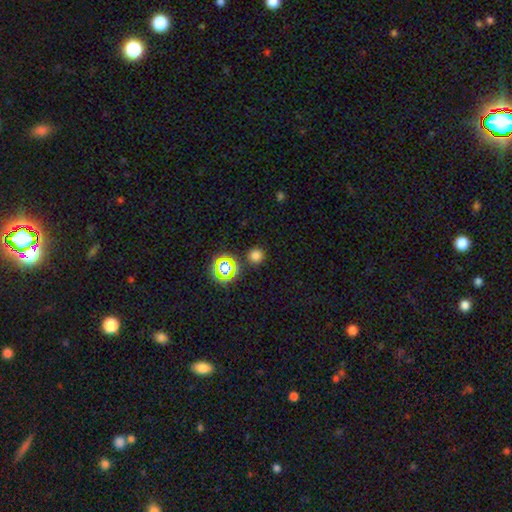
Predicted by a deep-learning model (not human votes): This appears to be a smooth galaxy with no disk features (73%) that is round (93%). Merging: none (87%).